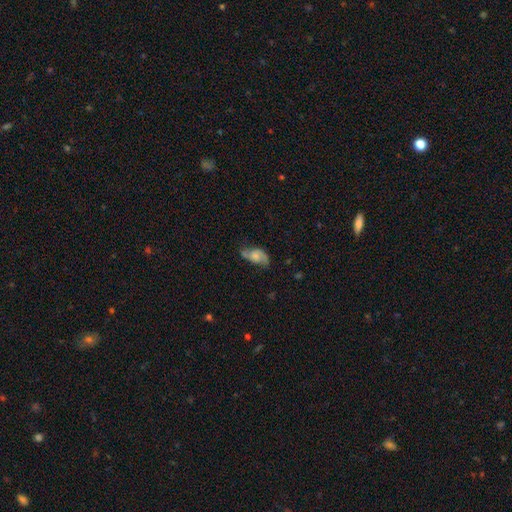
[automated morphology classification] smooth_or_featured: featured or disk (p=0.58) [alt: smooth p=0.33]
disk_edge_on: no (p=0.94) [alt: yes p=0.06]
bar: no (p=0.67) [alt: weak p=0.27]
has_spiral_arms: yes (p=0.87) [alt: no p=0.13]
bulge_size: none (p=0.28) [alt: small p=0.26]
merging: none (p=0.55) [alt: minor disturbance p=0.26]